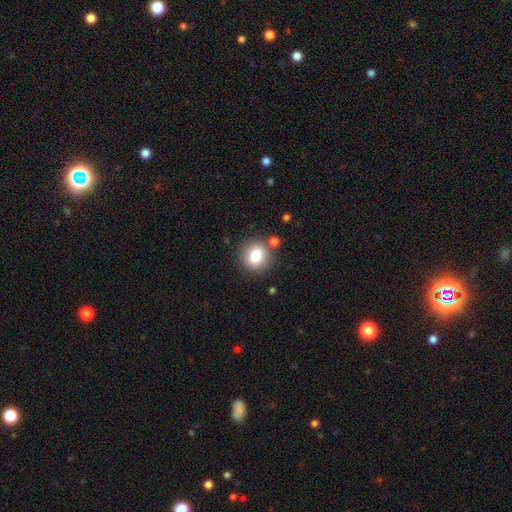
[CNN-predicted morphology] This appears to be a smooth galaxy with no disk features (81%) that is round (85%). Merging: none (81%).